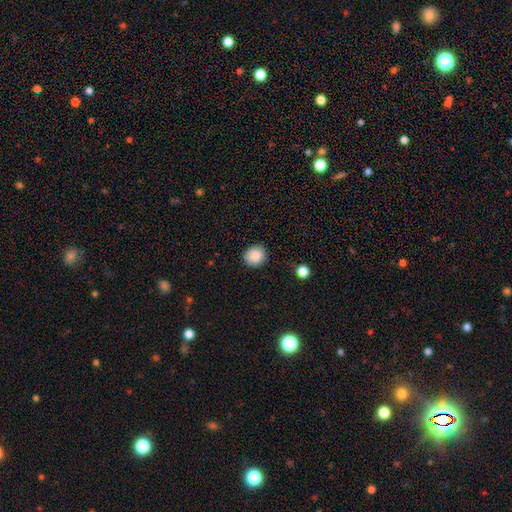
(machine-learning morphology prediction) type=smooth (87%); roundness=round (88%); merging=none (90%).